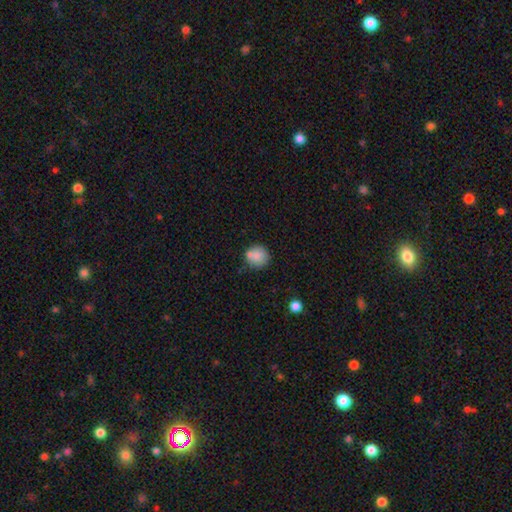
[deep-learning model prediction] Smooth or featured: smooth — 81% (featured or disk — 10%)
How rounded: round — 90% (in between — 9%)
Merging: none — 68% (minor disturbance — 15%)